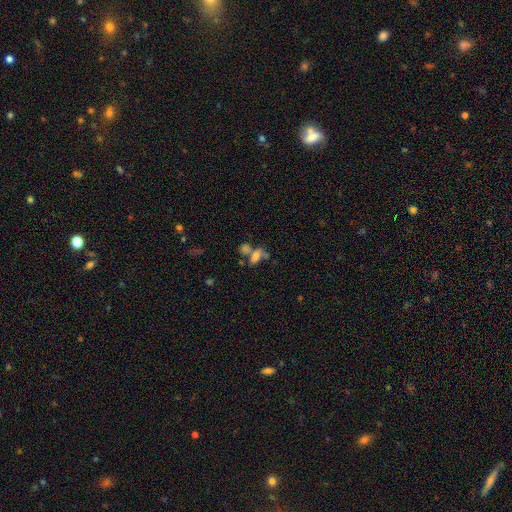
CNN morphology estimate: smooth_or_featured: smooth (p=0.63) [alt: featured or disk p=0.21]
how_rounded: in between (p=0.77) [alt: cigar-shaped p=0.13]
merging: merger (p=0.42) [alt: none p=0.33]